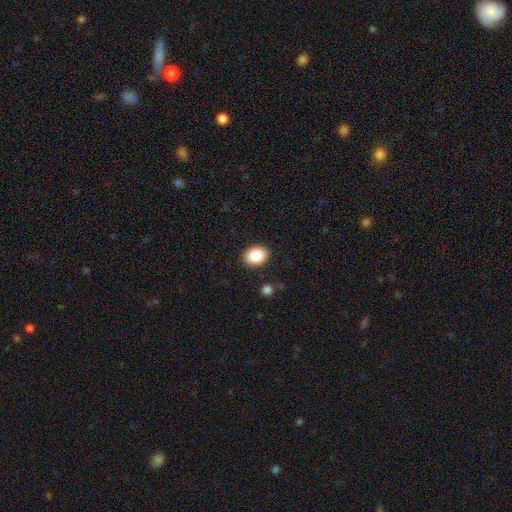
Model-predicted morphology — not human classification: type=smooth (87%); roundness=in between (67%); merging=none (89%).